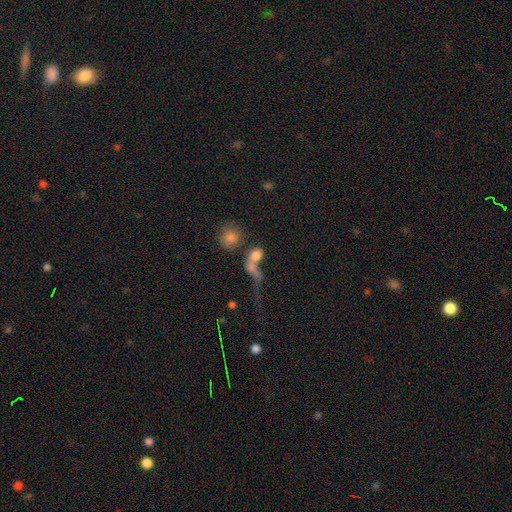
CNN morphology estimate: smooth 48%, star or artifact 32%, featured or disk 20%. Down the decision tree: merging — none (45%).